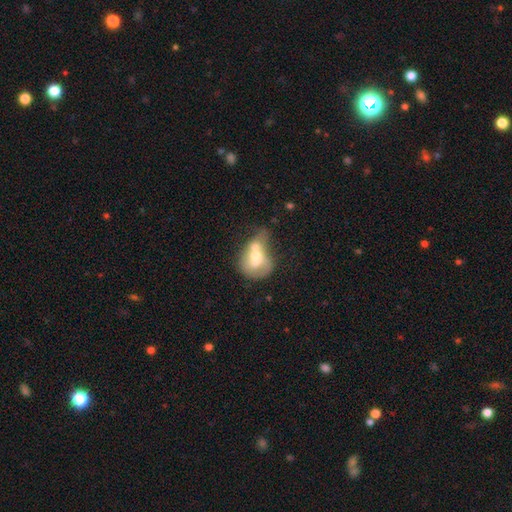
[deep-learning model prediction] smooth_or_featured: smooth (p=0.51) [alt: featured or disk p=0.41]
how_rounded: round (p=0.50) [alt: in between p=0.48]
merging: merger (p=0.68) [alt: major disturbance p=0.12]